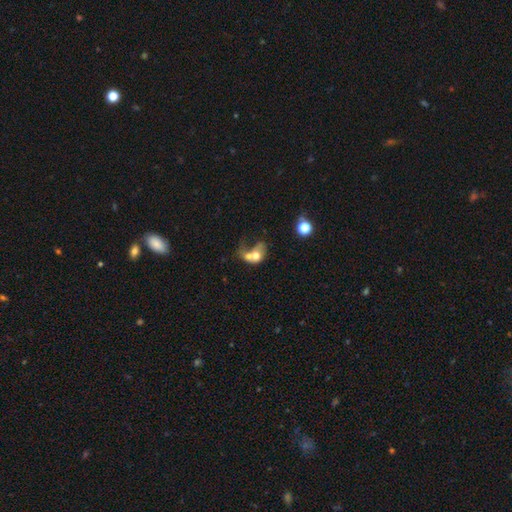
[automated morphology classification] A smooth galaxy with no disk features (54%) that is in between round and cigar-shaped (58%). Merging: merger (63%).